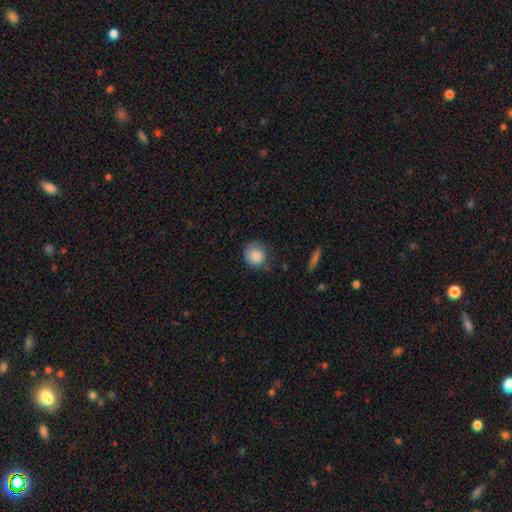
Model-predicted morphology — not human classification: smooth 86%, star or artifact 8%, featured or disk 6%. Down the decision tree: how rounded — round (89%); merging — none (73%).